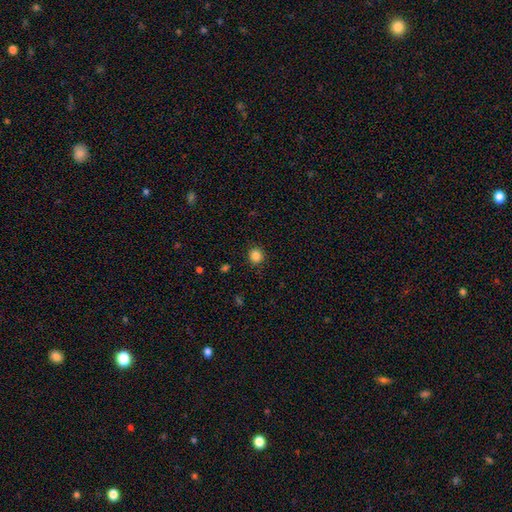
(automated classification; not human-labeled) A smooth galaxy with no disk features (85%) that is round (88%).

Vote fractions:
- Smooth or featured? smooth: 85% / star or artifact: 11% / featured or disk: 4%
- How rounded? round: 88% / in between: 11% / cigar-shaped: 1%
- Merging? none: 90% / minor disturbance: 7% / major disturbance: 2% / merger: 1%